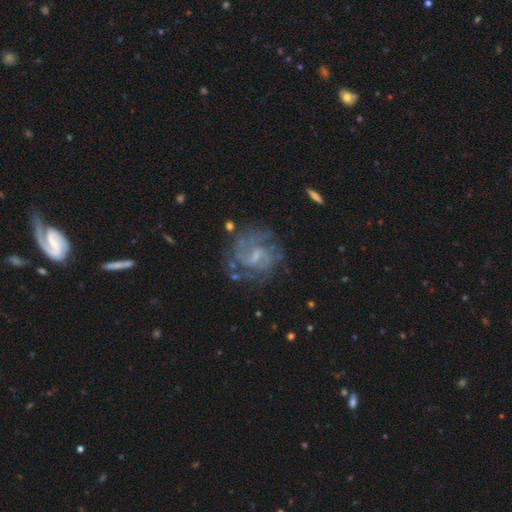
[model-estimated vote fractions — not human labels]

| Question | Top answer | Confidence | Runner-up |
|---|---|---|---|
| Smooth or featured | featured or disk | 76% | smooth (13%) |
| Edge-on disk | no | 97% | yes (3%) |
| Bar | weak | 55% | no (32%) |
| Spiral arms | yes | 88% | no (12%) |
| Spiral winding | tight | 45% | medium (41%) |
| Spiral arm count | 2 | 37% | can't tell (34%) |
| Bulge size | small | 49% | moderate (27%) |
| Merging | none | 70% | minor disturbance (16%) |